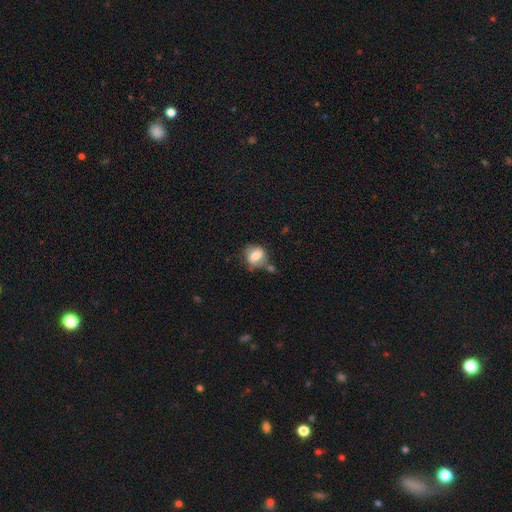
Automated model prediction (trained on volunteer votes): smooth 68%, featured or disk 23%, star or artifact 9%. Down the decision tree: how rounded — round (69%); merging — none (52%).